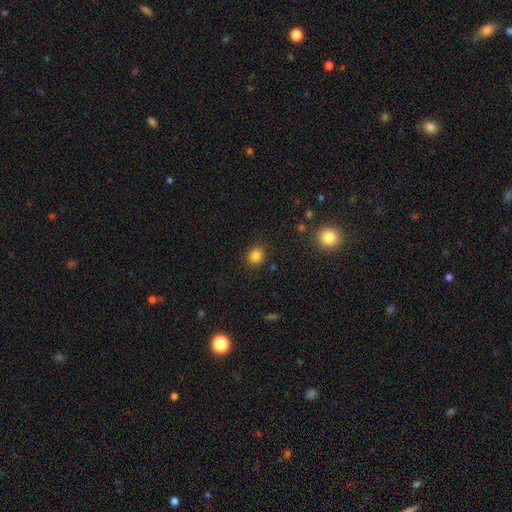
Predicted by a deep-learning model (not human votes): Overall: smooth (83%). How rounded: round (79%). Merging: none (88%).